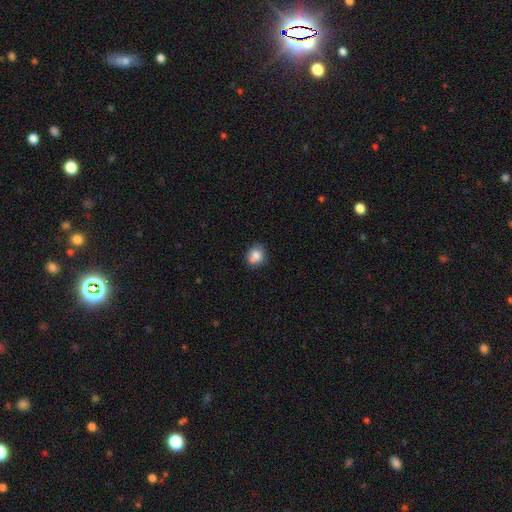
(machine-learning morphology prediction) Smooth or featured: smooth — 80% (featured or disk — 10%)
How rounded: round — 73% (in between — 26%)
Merging: none — 62% (minor disturbance — 18%)